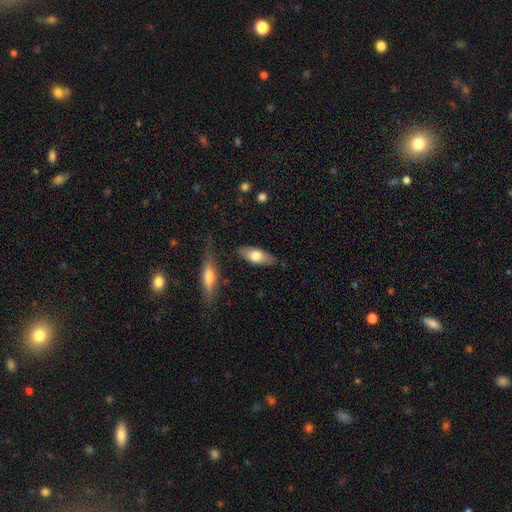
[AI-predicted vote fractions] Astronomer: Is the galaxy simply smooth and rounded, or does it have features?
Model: smooth — 69%.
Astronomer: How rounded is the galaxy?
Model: in between — 78%.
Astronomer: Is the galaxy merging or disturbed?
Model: none — 79%.